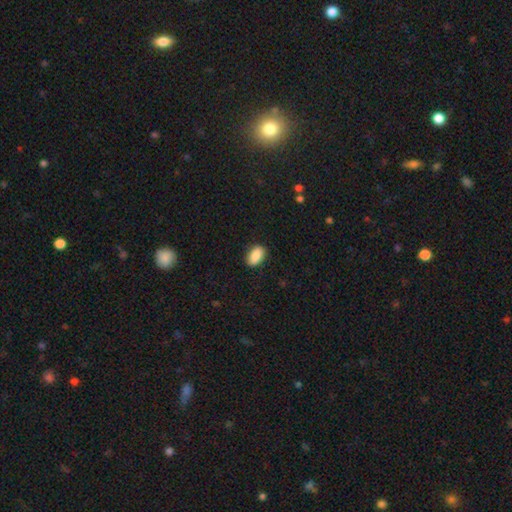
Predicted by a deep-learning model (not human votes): smooth_or_featured: smooth (p=0.89) [alt: star or artifact p=0.07]
how_rounded: in between (p=0.92) [alt: round p=0.05]
merging: none (p=0.87) [alt: minor disturbance p=0.09]